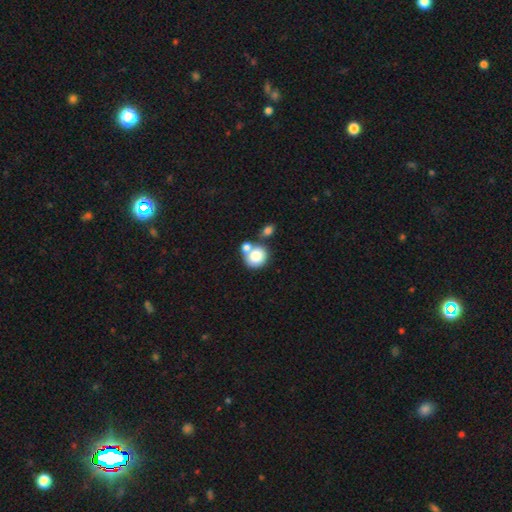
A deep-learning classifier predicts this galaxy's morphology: Overall: smooth (80%). How rounded: round (79%). Merging: merger (44%; none 42%).